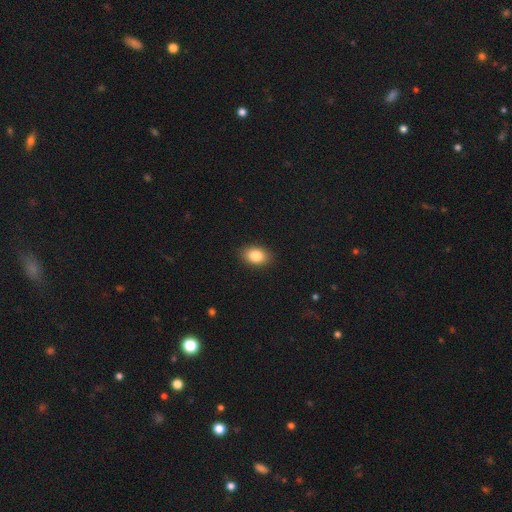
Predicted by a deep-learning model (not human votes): Smooth or featured? Predicted: smooth (p=0.84). How rounded? Predicted: in between (p=0.79). Merging? Predicted: none (p=0.89).